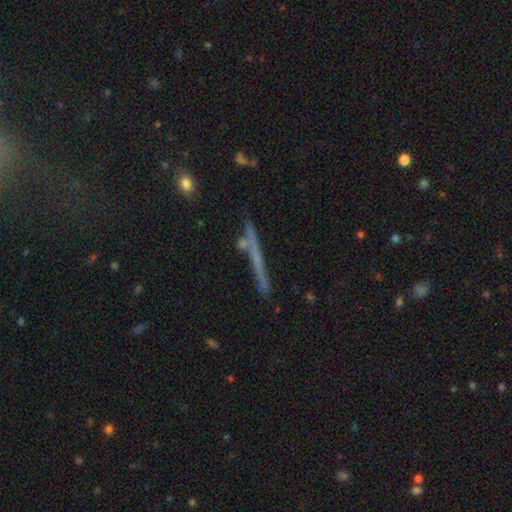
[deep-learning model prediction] Smooth or featured: featured or disk — 47% (smooth — 40%)
Merging: none — 78% (minor disturbance — 13%)